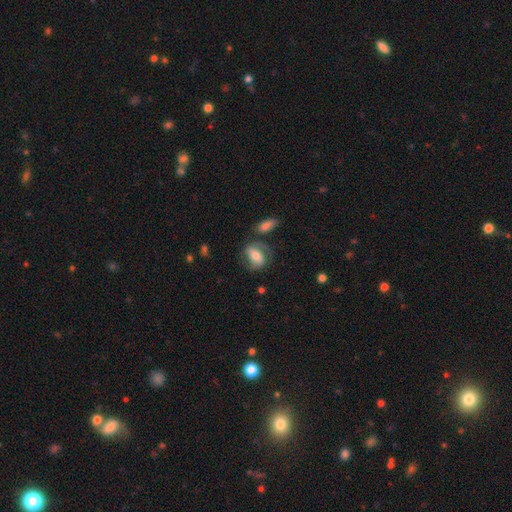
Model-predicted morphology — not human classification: Smooth or featured?
  - smooth: 50% *
  - featured or disk: 43%
  - star or artifact: 7%
Merging?
  - none: 60% *
  - minor disturbance: 19%
  - major disturbance: 11%
  - merger: 11%